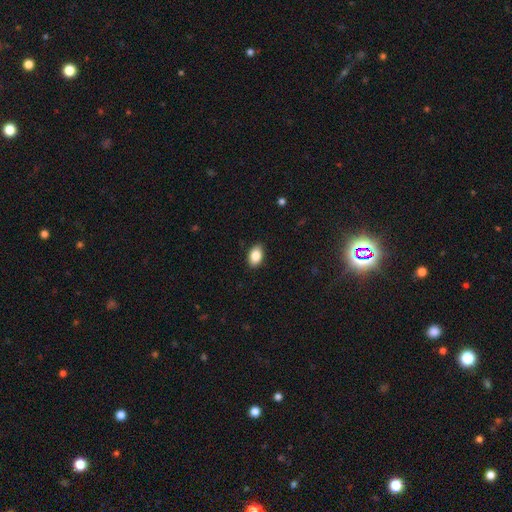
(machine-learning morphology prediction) Smooth or featured: smooth — 86% (star or artifact — 8%)
How rounded: in between — 90% (round — 9%)
Merging: none — 88% (minor disturbance — 9%)